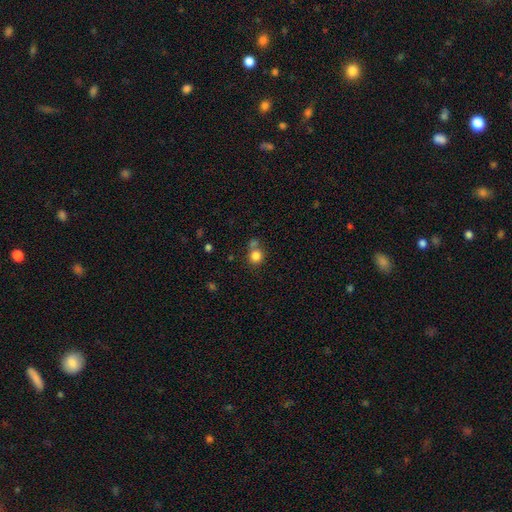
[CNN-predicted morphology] Smooth or featured: smooth — 83% (star or artifact — 11%)
How rounded: round — 86% (in between — 13%)
Merging: none — 58% (merger — 27%)